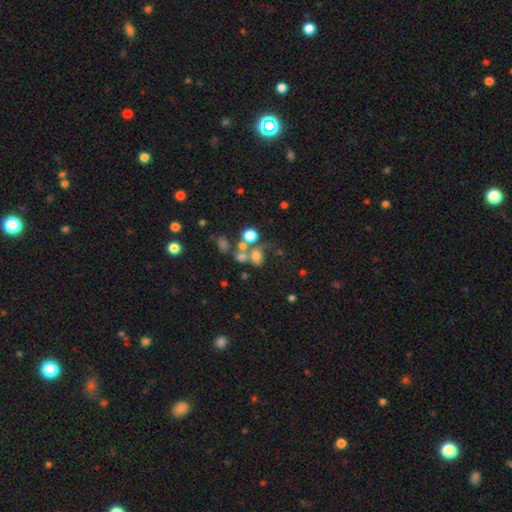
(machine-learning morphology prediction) The model was most divided on "merging": merger: 39%, none: 32%, major disturbance: 16%, minor disturbance: 12%. More confident: how rounded — round (63%); smooth or featured — smooth (59%).